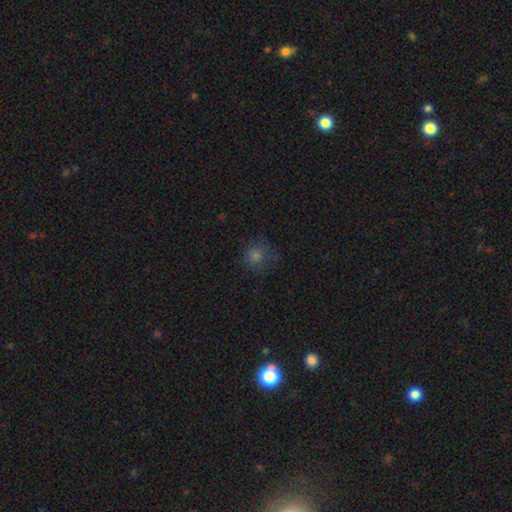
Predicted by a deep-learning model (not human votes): Smooth or featured?
  - smooth: 71% *
  - star or artifact: 20%
  - featured or disk: 9%
How rounded?
  - round: 89% *
  - in between: 10%
  - cigar-shaped: 1%
Merging?
  - none: 75% *
  - minor disturbance: 16%
  - major disturbance: 7%
  - merger: 1%